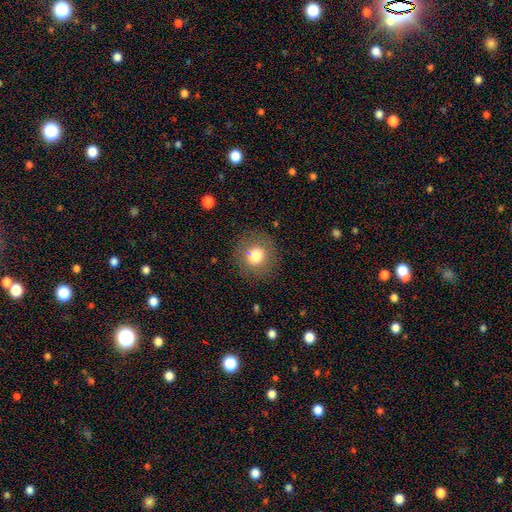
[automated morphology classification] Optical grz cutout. It shows a smooth galaxy with no disk features (76%) that is round (90%). Merging: none (84%).